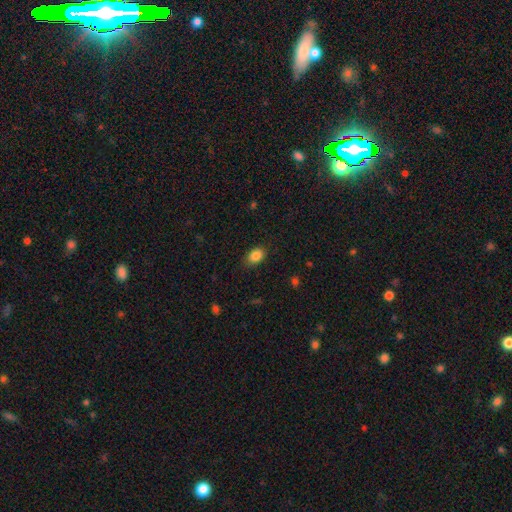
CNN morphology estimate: Smooth or featured?
  - smooth: 86% *
  - star or artifact: 9%
  - featured or disk: 6%
How rounded?
  - in between: 80% *
  - round: 19%
  - cigar-shaped: 1%
Merging?
  - none: 82% *
  - minor disturbance: 14%
  - major disturbance: 3%
  - merger: 1%